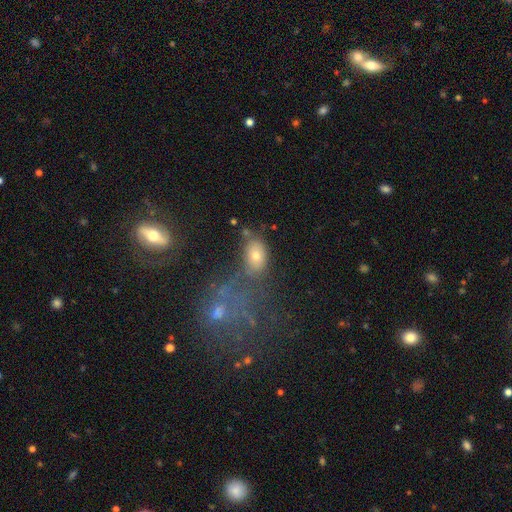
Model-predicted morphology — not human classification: smooth 66%, featured or disk 20%, star or artifact 14%. Down the decision tree: how rounded — in between (86%); merging — none (58%).